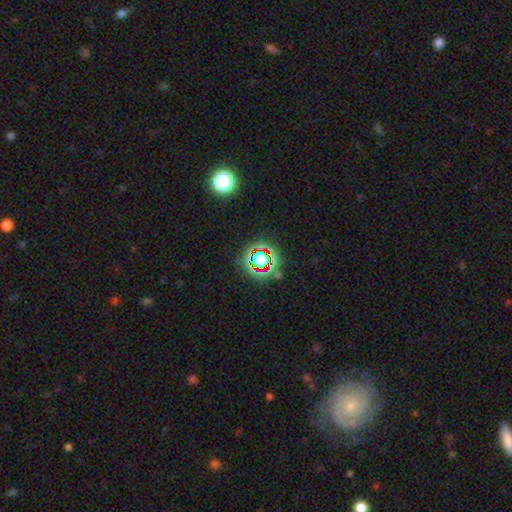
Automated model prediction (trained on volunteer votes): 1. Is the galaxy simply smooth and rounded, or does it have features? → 65% star or artifact, 23% smooth, 12% featured or disk.